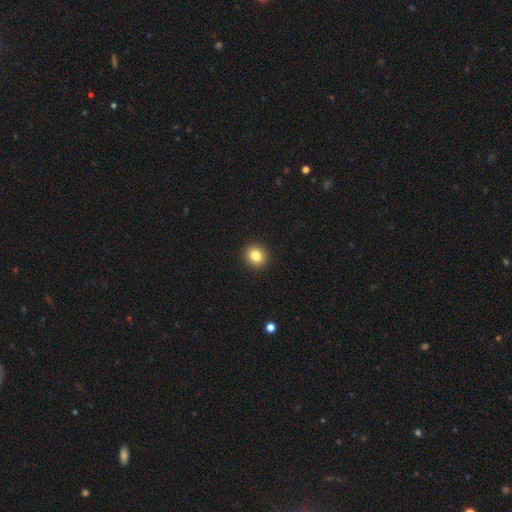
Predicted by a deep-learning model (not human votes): A smooth galaxy with no disk features (83%) that is round (82%).

Vote fractions:
- Smooth or featured? smooth: 83% / star or artifact: 10% / featured or disk: 7%
- How rounded? round: 82% / in between: 17% / cigar-shaped: 1%
- Merging? none: 92% / minor disturbance: 5% / major disturbance: 2% / merger: 1%